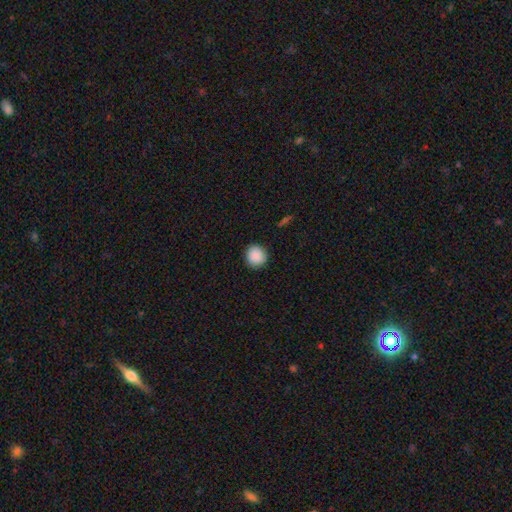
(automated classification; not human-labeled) A smooth galaxy with no disk features (89%) that is round (91%).

Vote fractions:
- Smooth or featured? smooth: 89% / star or artifact: 8% / featured or disk: 3%
- How rounded? round: 91% / in between: 8% / cigar-shaped: 1%
- Merging? none: 90% / minor disturbance: 7% / major disturbance: 2% / merger: 1%